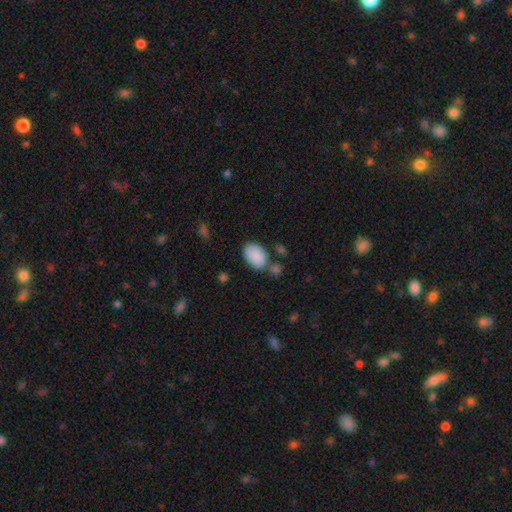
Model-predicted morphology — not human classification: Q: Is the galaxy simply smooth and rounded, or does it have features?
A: smooth — 89%.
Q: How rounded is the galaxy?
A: in between — 89%.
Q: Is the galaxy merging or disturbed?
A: none — 64%.